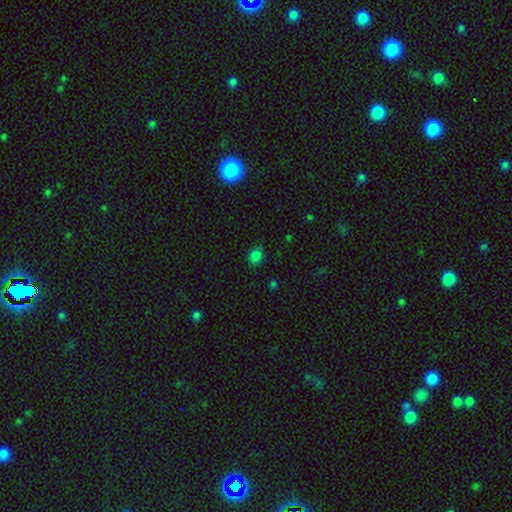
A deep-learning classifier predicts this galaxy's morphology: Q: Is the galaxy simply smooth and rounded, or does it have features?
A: smooth — 80%.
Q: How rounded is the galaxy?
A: round — 58%.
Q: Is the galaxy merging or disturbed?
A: none — 83%.